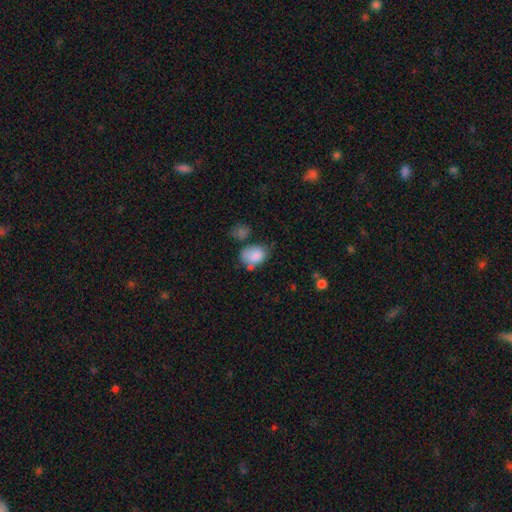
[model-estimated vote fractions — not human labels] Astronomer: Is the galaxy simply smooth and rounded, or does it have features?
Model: smooth — 83%.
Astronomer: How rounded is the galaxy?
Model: in between — 71%.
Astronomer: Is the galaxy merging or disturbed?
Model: none — 44% (runner-up: minor disturbance, 27%).